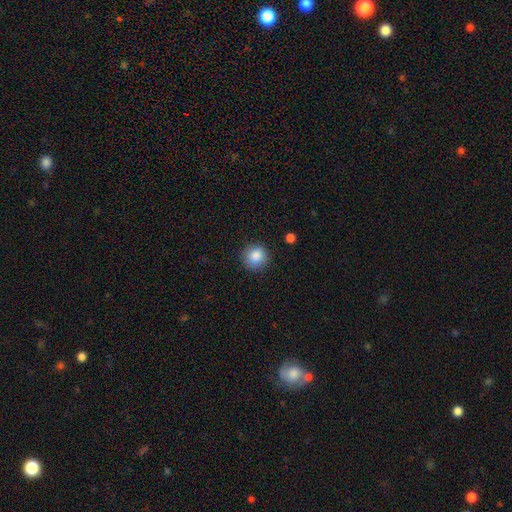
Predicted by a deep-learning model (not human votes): Q: Smooth or featured?
A: smooth (87%); runner-up: star or artifact (9%)
Q: How rounded?
A: round (91%); runner-up: in between (8%)
Q: Merging?
A: none (87%); runner-up: minor disturbance (9%)